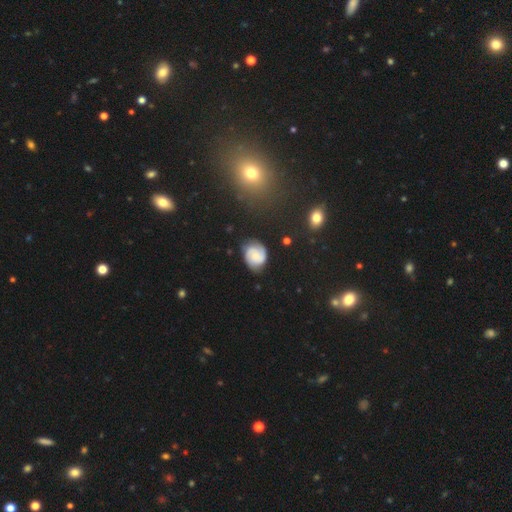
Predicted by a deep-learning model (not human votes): This appears to be a featured or disk galaxy (65%) with no bar (65%), 2 (68%) tight (51%) spiral arms (94%) and a small central bulge (45%). Merging: none (71%).